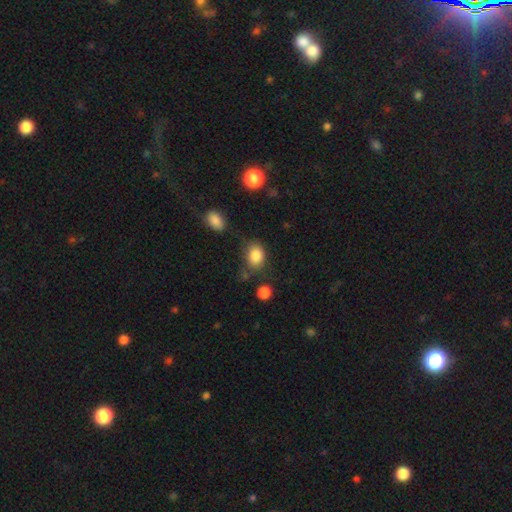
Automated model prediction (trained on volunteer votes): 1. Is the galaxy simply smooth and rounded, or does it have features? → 84% smooth, 9% star or artifact, 7% featured or disk.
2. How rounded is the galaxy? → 60% in between, 39% round, 1% cigar-shaped.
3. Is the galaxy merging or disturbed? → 64% none, 22% minor disturbance, 8% merger, 7% major disturbance.